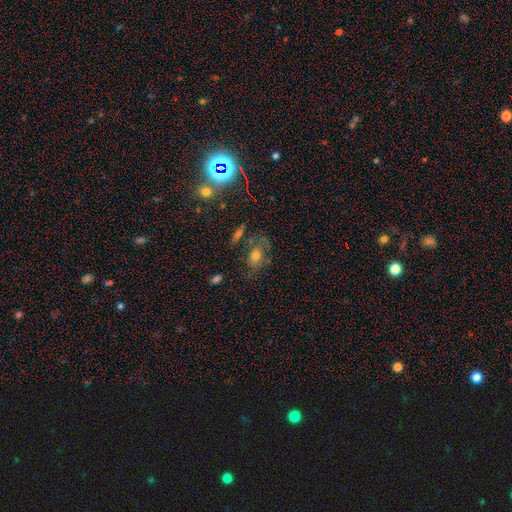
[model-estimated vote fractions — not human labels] Q: Smooth or featured?
A: smooth (42%); runner-up: featured or disk (34%)
Q: Merging?
A: none (56%); runner-up: minor disturbance (21%)